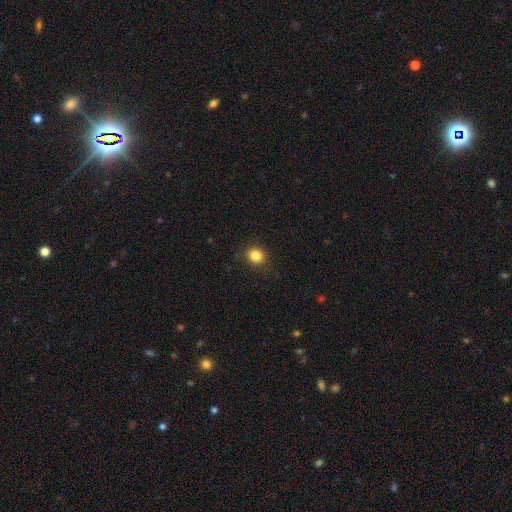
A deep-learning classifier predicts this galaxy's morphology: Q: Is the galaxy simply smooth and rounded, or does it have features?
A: smooth — 84%.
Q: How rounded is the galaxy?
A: round — 81%.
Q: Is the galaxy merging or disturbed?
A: none — 87%.